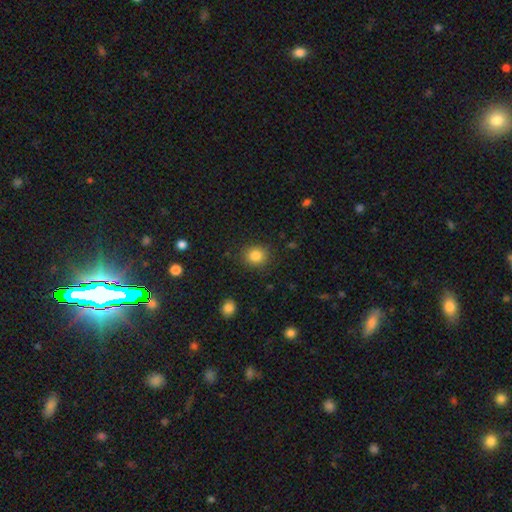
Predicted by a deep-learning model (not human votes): smooth 84%, star or artifact 11%, featured or disk 6%. Down the decision tree: how rounded — round (80%); merging — none (87%).